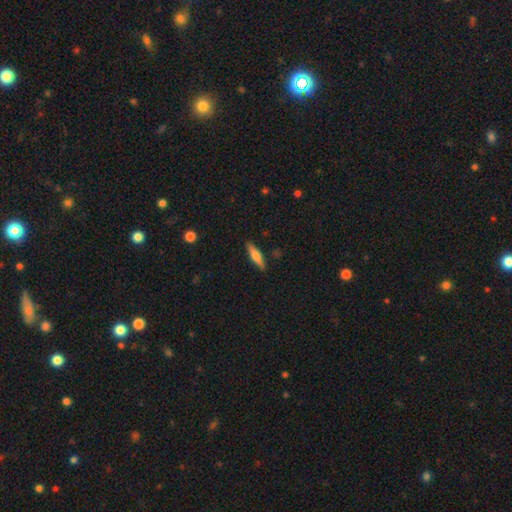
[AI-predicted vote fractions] Smooth or featured?
  - smooth: 54% *
  - featured or disk: 40%
  - star or artifact: 6%
How rounded?
  - cigar-shaped: 79% *
  - in between: 19%
  - round: 2%
Merging?
  - none: 88% *
  - minor disturbance: 9%
  - major disturbance: 2%
  - merger: 1%